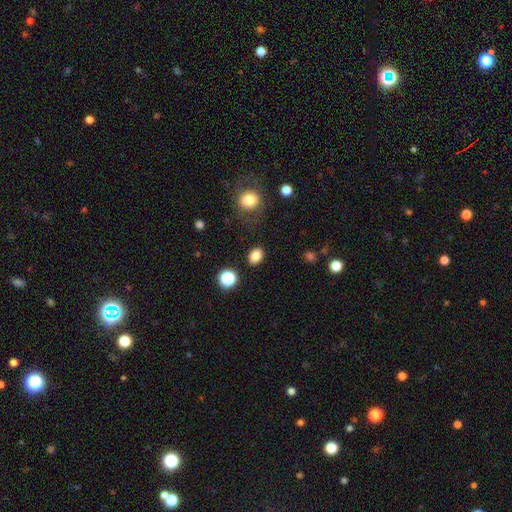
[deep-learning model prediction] Smooth or featured: smooth — 84% (star or artifact — 11%)
How rounded: in between — 63% (round — 36%)
Merging: none — 86% (minor disturbance — 9%)